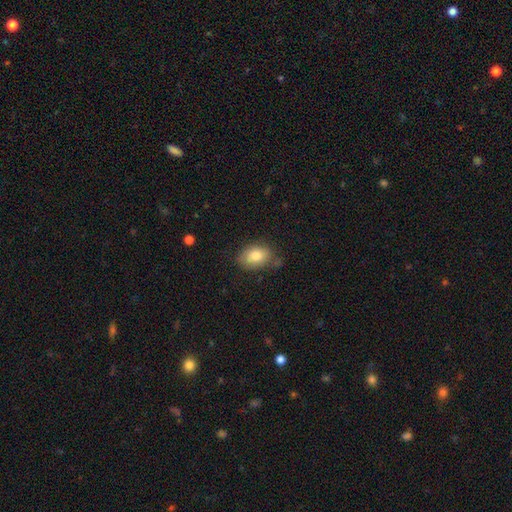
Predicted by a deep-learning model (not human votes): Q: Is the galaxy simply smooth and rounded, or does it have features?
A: smooth — 81%.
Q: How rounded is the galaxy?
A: in between — 84%.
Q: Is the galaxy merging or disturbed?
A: none — 71%.